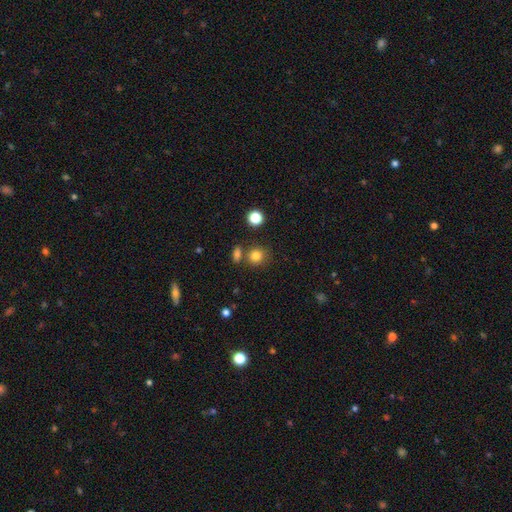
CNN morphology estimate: Smooth or featured: smooth — 81% (star or artifact — 13%)
How rounded: round — 85% (in between — 14%)
Merging: none — 74% (merger — 13%)